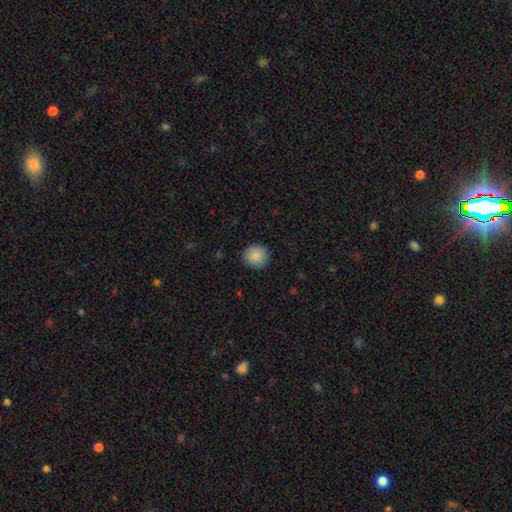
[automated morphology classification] Q: Smooth or featured?
A: smooth (89%); runner-up: star or artifact (7%)
Q: How rounded?
A: round (93%); runner-up: in between (6%)
Q: Merging?
A: none (90%); runner-up: minor disturbance (7%)